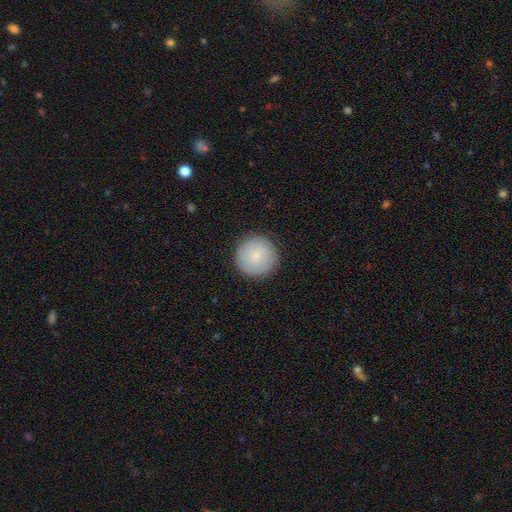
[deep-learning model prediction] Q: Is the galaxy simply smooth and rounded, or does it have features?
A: smooth — 81%.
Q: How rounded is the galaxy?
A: round — 96%.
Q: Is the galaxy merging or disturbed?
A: none — 90%.